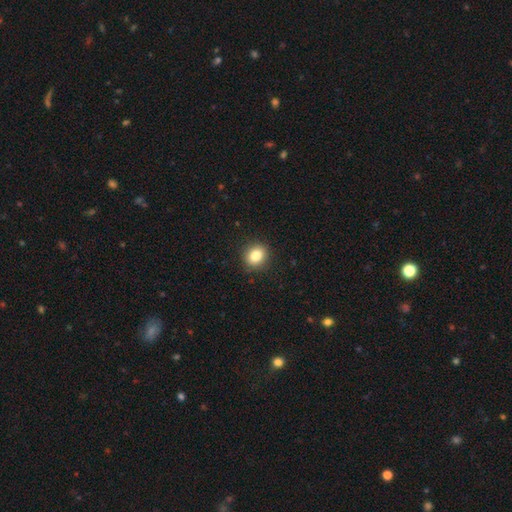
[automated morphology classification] Q: Smooth or featured?
A: smooth (83%); runner-up: star or artifact (10%)
Q: How rounded?
A: round (76%); runner-up: in between (23%)
Q: Merging?
A: none (90%); runner-up: minor disturbance (7%)